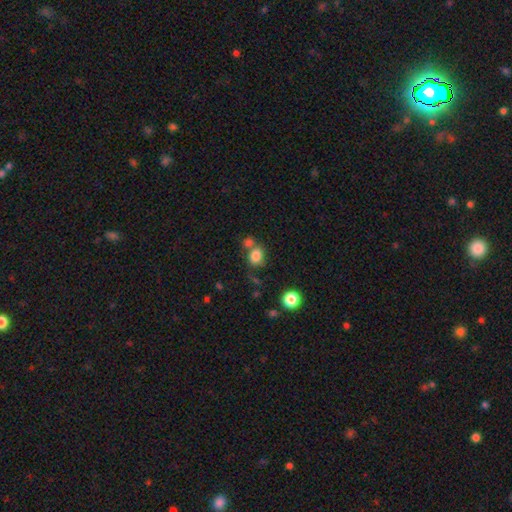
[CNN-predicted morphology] A smooth galaxy with no disk features (82%) that is in between round and cigar-shaped (51%). Merging: none (52%).